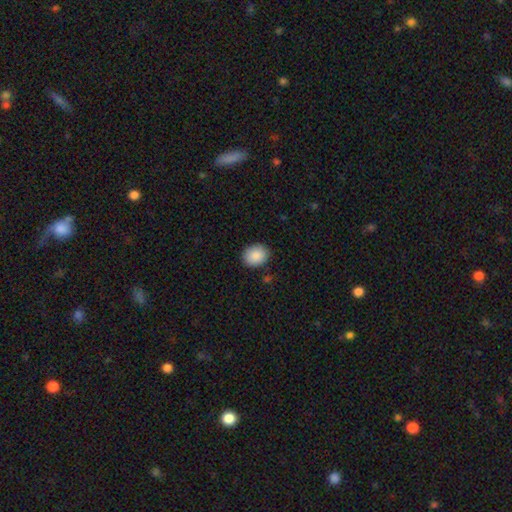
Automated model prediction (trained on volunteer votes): Smooth or featured: smooth — 89% (star or artifact — 7%)
How rounded: round — 53% (in between — 46%)
Merging: none — 87% (minor disturbance — 10%)